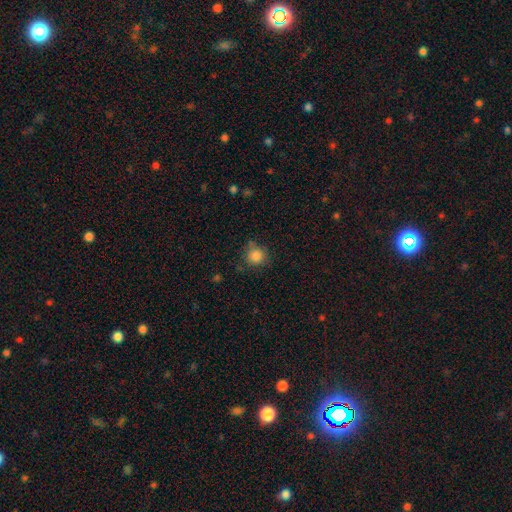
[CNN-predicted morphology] This is clearly a smooth galaxy (85%). How rounded: clearly round (90%). Merging: likely none (73%).